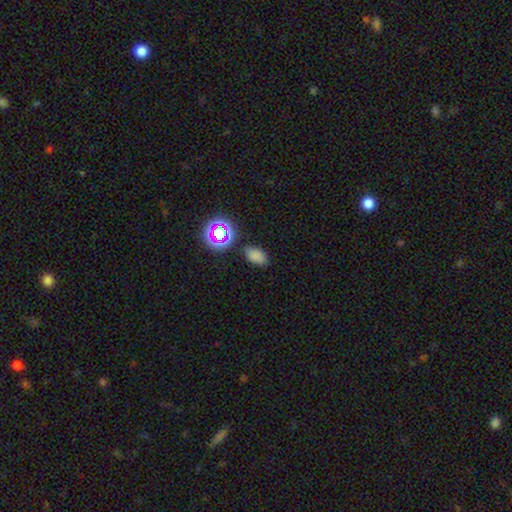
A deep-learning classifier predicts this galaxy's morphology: Smooth or featured? smooth (74%)
How rounded? in between (88%)
Merging? none (82%)